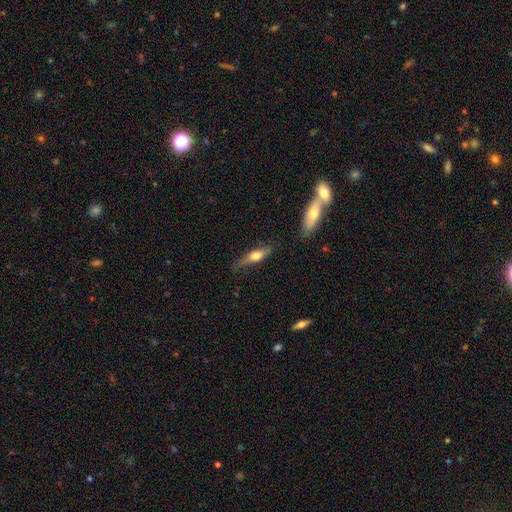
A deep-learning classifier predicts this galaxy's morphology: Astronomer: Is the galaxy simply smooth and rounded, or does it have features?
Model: smooth — 51% (runner-up: featured or disk, 43%).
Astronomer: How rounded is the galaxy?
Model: cigar-shaped — 64%.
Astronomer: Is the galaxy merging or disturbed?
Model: none — 71%.